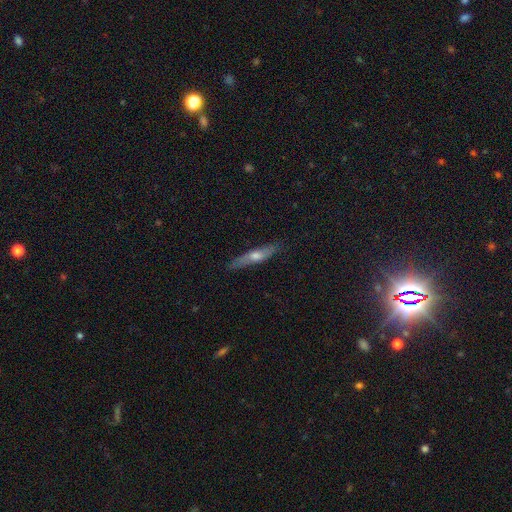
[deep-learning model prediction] This appears to be a featured or disk galaxy (54%) viewed edge-on (85%). Merging: none (85%).